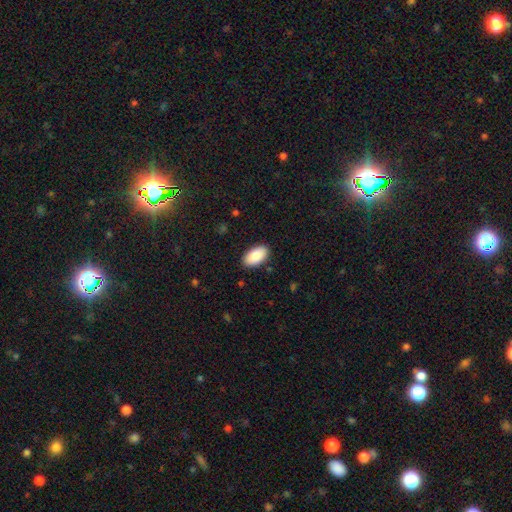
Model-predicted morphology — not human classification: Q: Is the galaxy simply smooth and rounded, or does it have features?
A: smooth — 89%.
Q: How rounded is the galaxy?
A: in between — 96%.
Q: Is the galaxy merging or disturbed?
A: none — 88%.